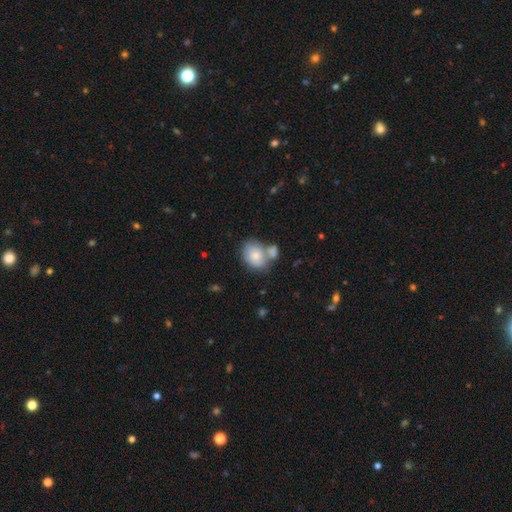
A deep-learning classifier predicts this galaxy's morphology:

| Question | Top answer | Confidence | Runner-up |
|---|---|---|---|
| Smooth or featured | smooth | 75% | featured or disk (18%) |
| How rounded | in between | 57% | round (42%) |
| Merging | none | 39% | tied: merger (39%) |